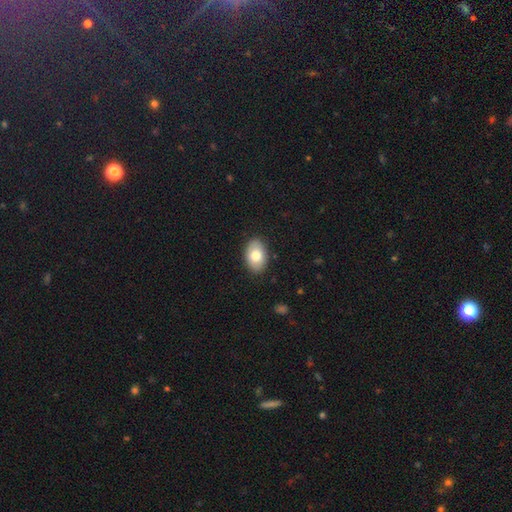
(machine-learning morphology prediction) type=smooth (77%); roundness=in between (89%); merging=none (87%).